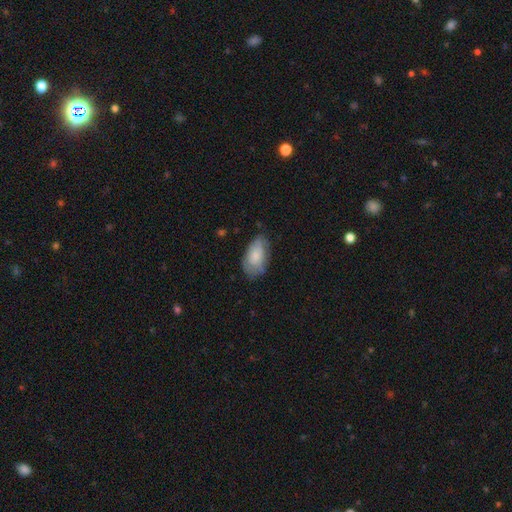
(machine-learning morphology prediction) type=smooth (72%); roundness=in between (93%); merging=none (62%).